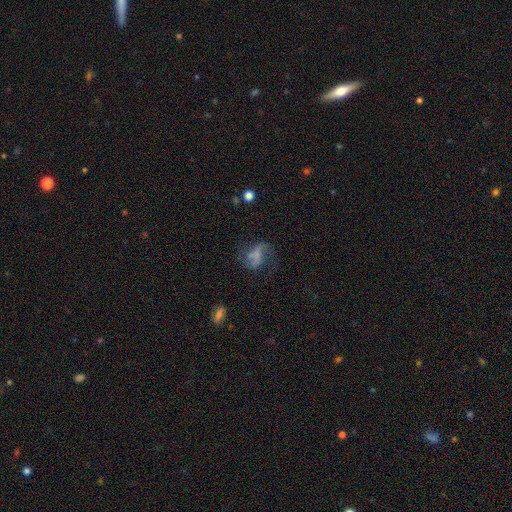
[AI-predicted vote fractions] A featured or disk galaxy (53%) with no bar (51%), spiral arms (64%) and no central bulge (66%). Merging: none (38%).